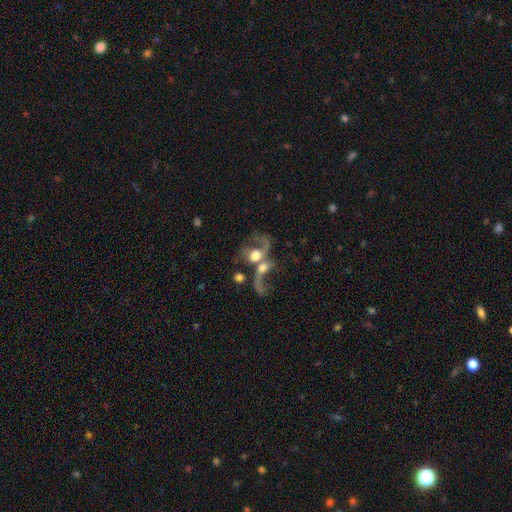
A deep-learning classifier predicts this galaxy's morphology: smooth_or_featured: featured or disk (p=0.61) [alt: smooth p=0.29]
disk_edge_on: no (p=0.96) [alt: yes p=0.04]
bar: no (p=0.70) [alt: weak p=0.23]
has_spiral_arms: yes (p=0.72) [alt: no p=0.28]
bulge_size: large (p=0.40) [alt: moderate p=0.37]
merging: merger (p=0.64) [alt: major disturbance p=0.20]